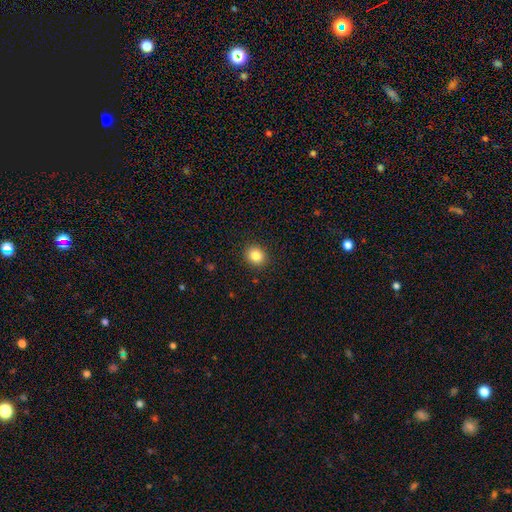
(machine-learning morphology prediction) type=smooth (84%); roundness=round (76%); merging=none (91%).